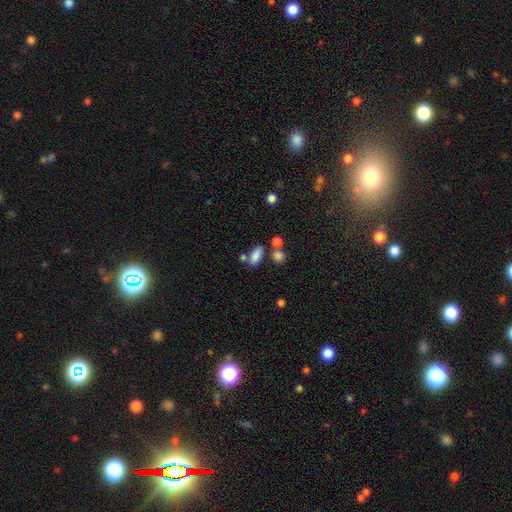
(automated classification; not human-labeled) The model was most divided on "merging": none: 61%, merger: 20%, minor disturbance: 14%, major disturbance: 5%. More confident: smooth or featured — smooth (83%); how rounded — in between (80%).